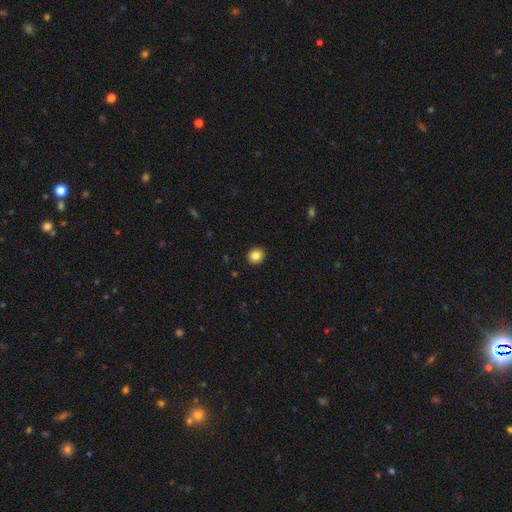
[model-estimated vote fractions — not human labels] smooth-or-featured: smooth: 85% | star or artifact: 10% | featured or disk: 5%
  how-rounded: round: 81% | in between: 18% | cigar-shaped: 1%
  merging: none: 92% | minor disturbance: 6% | major disturbance: 2% | merger: 1%